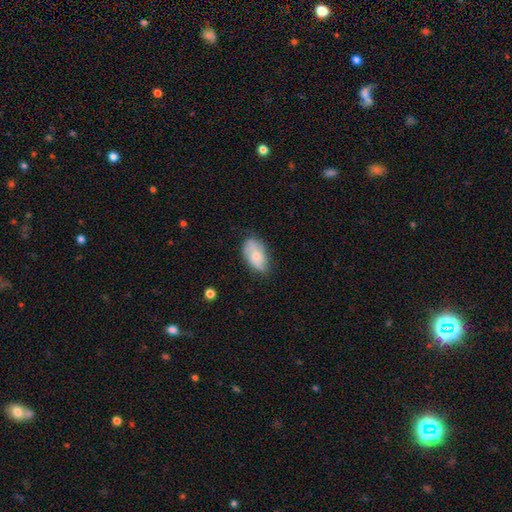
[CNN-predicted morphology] A smooth galaxy with no disk features (54%) that is in between round and cigar-shaped (92%).

Vote fractions:
- Smooth or featured? smooth: 54% / featured or disk: 38% / star or artifact: 7%
- How rounded? in between: 92% / round: 6% / cigar-shaped: 3%
- Merging? none: 63% / minor disturbance: 28% / major disturbance: 7% / merger: 2%